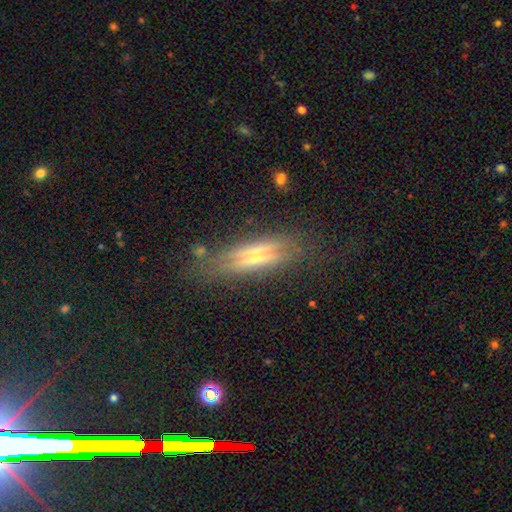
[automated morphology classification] Smooth or featured? featured or disk (55%)
Edge-on disk? yes (85%)
Merging? none (75%)